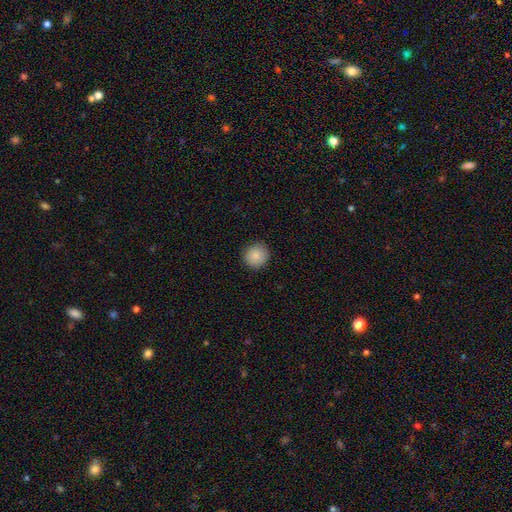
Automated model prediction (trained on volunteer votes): smooth_or_featured: smooth (p=0.87) [alt: star or artifact p=0.08]
how_rounded: round (p=0.92) [alt: in between p=0.07]
merging: none (p=0.91) [alt: minor disturbance p=0.07]